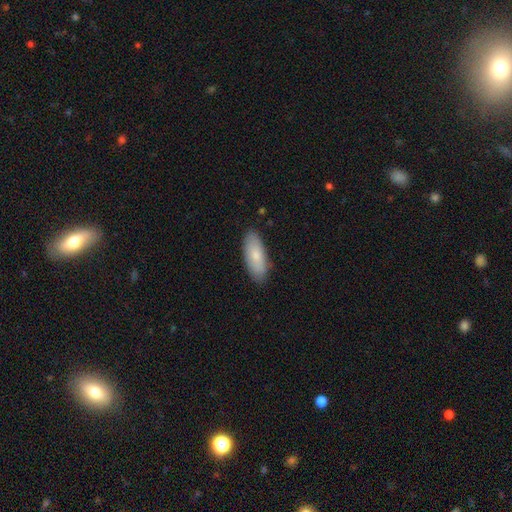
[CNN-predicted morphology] smooth-or-featured: smooth: 77% | featured or disk: 18% | star or artifact: 6%
  how-rounded: in between: 79% | cigar-shaped: 19% | round: 2%
  merging: none: 85% | minor disturbance: 12% | major disturbance: 2% | merger: 1%